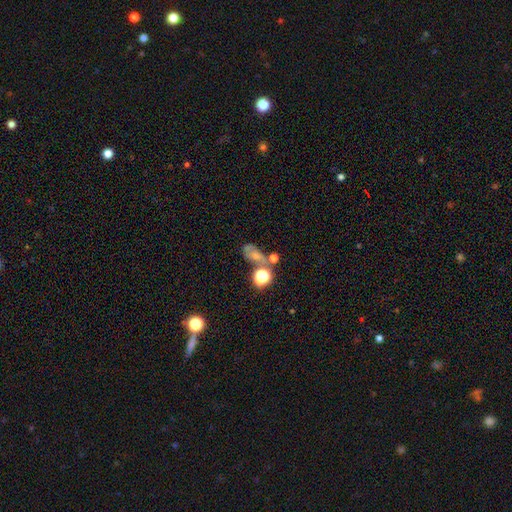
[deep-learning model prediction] Smooth or featured?
  - smooth: 54% *
  - star or artifact: 24%
  - featured or disk: 22%
How rounded?
  - in between: 62% *
  - round: 32%
  - cigar-shaped: 5%
Merging?
  - merger: 36% *
  - none: 31%
  - major disturbance: 19%
  - minor disturbance: 15%